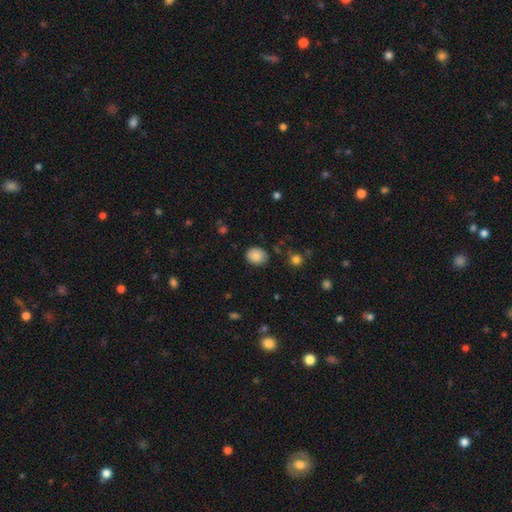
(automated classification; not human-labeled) This is clearly a smooth galaxy (85%). How rounded: likely round (60%). Merging: clearly none (81%).